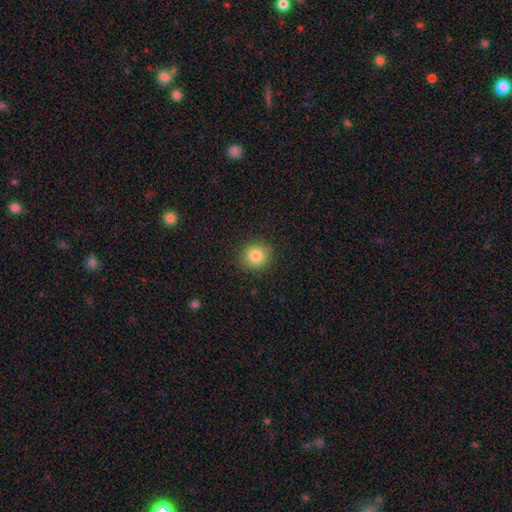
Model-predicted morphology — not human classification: A smooth galaxy with no disk features (83%) that is round (87%). Merging: none (88%).